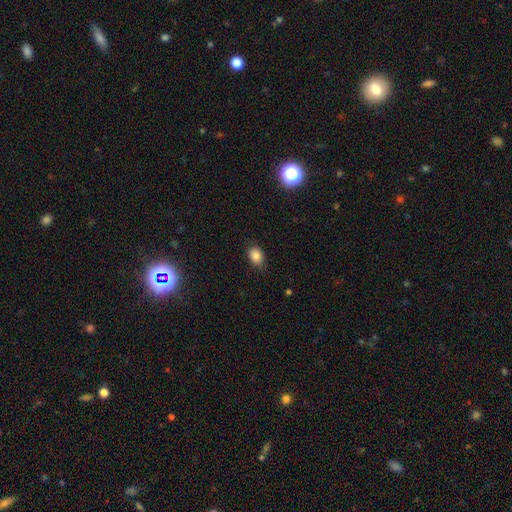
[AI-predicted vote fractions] Smooth or featured? smooth (85%)
How rounded? in between (74%)
Merging? none (81%)